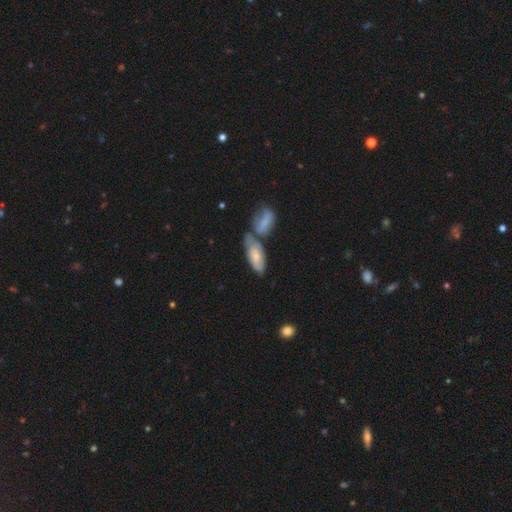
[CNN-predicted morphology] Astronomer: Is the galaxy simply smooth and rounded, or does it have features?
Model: smooth — 62%.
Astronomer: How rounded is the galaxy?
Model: in between — 84%.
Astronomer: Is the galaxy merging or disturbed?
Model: merger — 46% (runner-up: none, 31%).